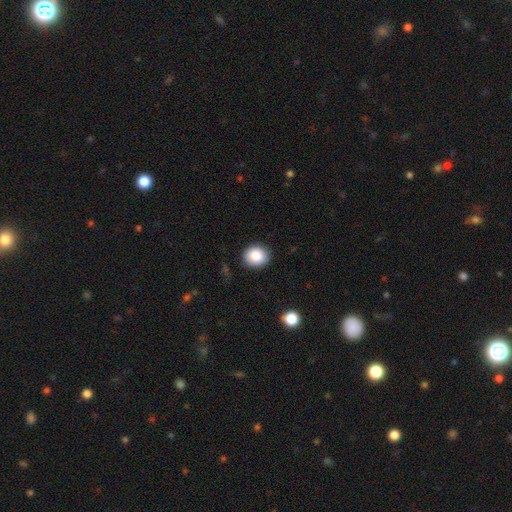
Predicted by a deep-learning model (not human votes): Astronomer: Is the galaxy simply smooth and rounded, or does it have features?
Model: smooth — 86%.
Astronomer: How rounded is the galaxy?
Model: round — 76%.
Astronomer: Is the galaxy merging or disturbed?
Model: none — 89%.